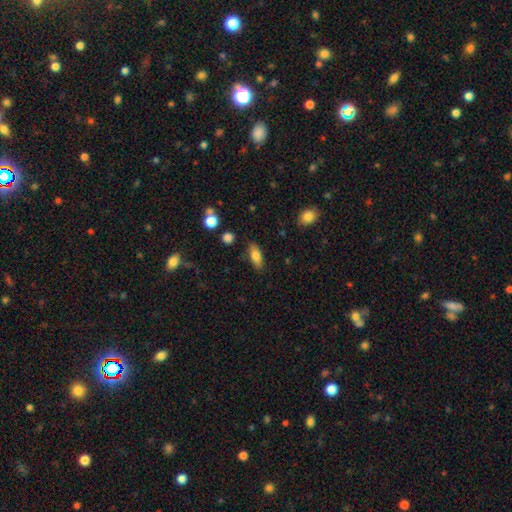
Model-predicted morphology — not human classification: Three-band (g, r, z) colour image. It shows a smooth galaxy with no disk features (79%) that is in between round and cigar-shaped (79%). Merging: none (82%).